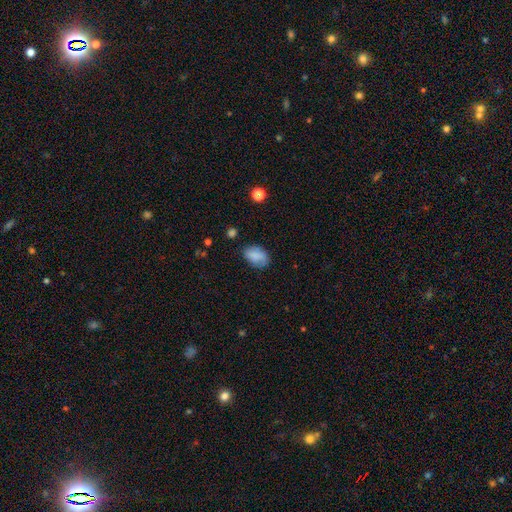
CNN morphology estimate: type=smooth (81%); roundness=in between (85%); merging=none (65%).